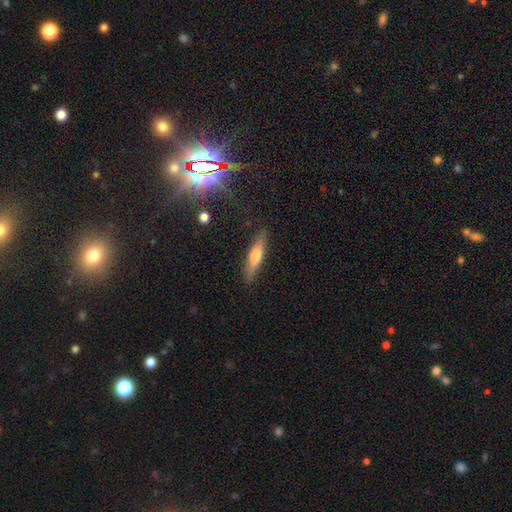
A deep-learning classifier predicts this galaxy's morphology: This appears to be a smooth galaxy with no disk features (48%). Merging: none (87%).